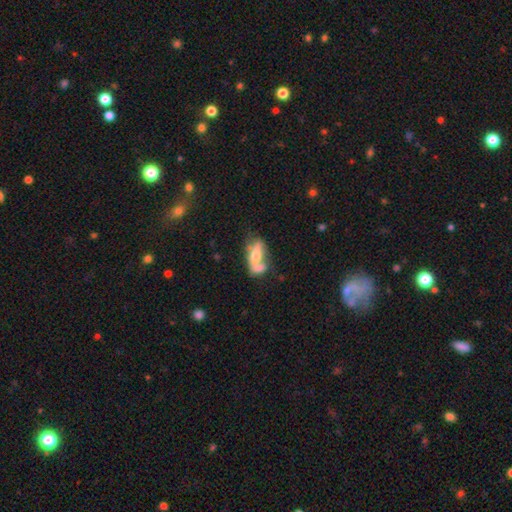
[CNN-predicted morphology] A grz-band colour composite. It shows a smooth galaxy with no disk features (52%) that is in between round and cigar-shaped (74%). Merging: merger (50%).